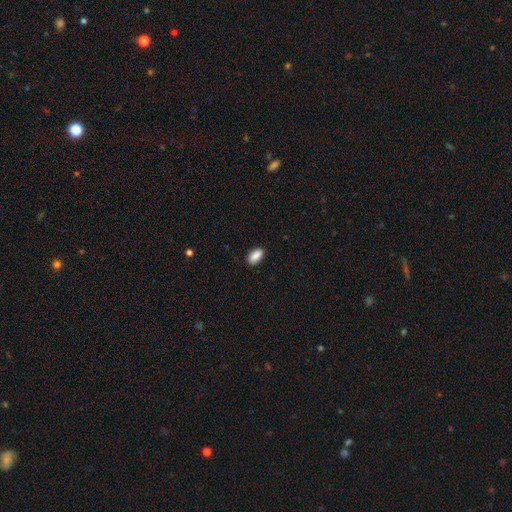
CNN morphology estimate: This appears to be a smooth galaxy with no disk features (89%) that is in between round and cigar-shaped (92%). Merging: none (87%).